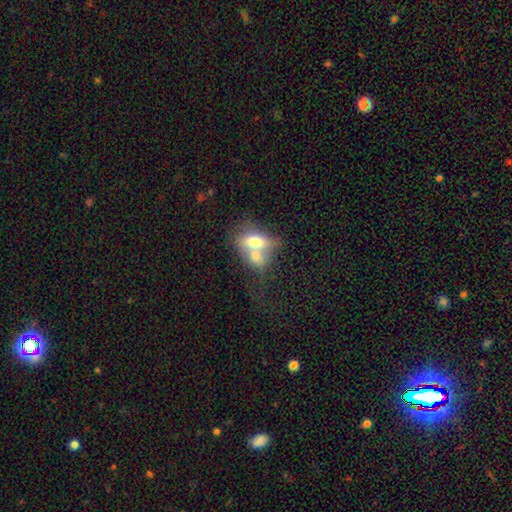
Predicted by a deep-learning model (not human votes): The model was most divided on "smooth or featured": smooth: 65%, featured or disk: 28%, star or artifact: 8%. More confident: how rounded — in between (78%); merging — merger (73%).